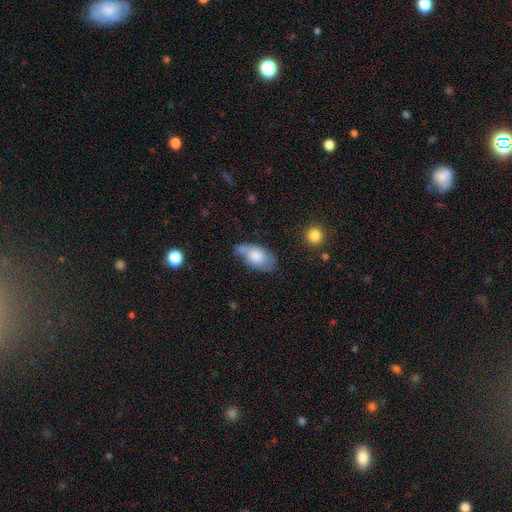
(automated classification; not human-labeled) Smooth or featured: smooth — 70% (featured or disk — 23%)
How rounded: in between — 91% (round — 6%)
Merging: none — 38% (minor disturbance — 36%)